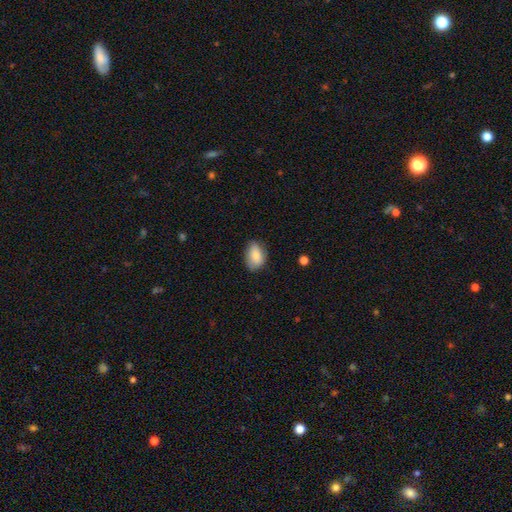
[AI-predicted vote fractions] Smooth or featured: smooth — 82% (featured or disk — 11%)
How rounded: in between — 86% (round — 13%)
Merging: none — 75% (minor disturbance — 20%)